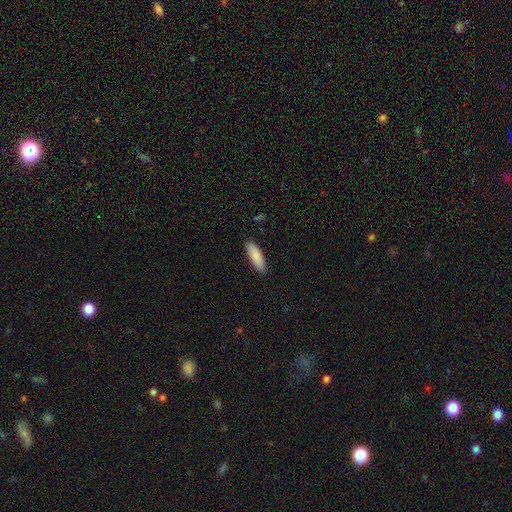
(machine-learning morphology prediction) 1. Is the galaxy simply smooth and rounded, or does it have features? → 89% smooth, 6% featured or disk, 6% star or artifact.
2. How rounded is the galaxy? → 53% in between, 45% cigar-shaped, 1% round.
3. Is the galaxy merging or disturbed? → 89% none, 8% minor disturbance, 2% major disturbance, 1% merger.